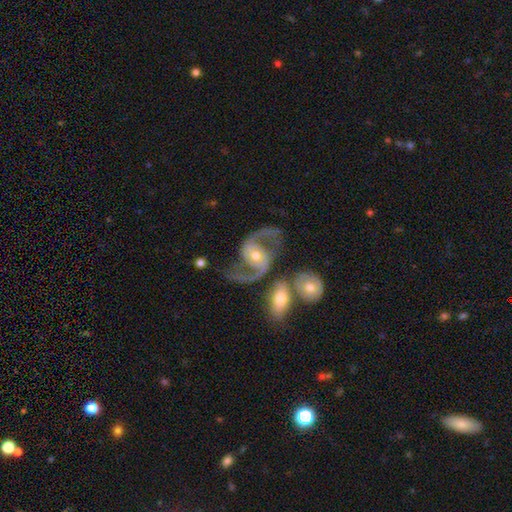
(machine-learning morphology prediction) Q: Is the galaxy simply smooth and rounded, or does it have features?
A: featured or disk — 92%.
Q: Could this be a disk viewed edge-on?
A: no — 98%.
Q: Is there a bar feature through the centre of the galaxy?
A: no — 49%.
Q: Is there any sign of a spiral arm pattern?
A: yes — 98%.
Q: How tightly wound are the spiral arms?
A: medium — 50%.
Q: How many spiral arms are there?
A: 2 — 94%.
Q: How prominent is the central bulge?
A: moderate — 68%.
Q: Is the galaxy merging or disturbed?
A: none — 67%.